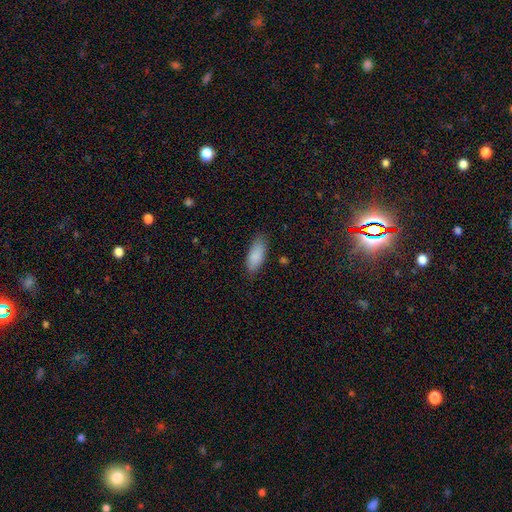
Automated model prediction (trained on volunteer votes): Smooth or featured? Predicted: smooth (p=0.88). How rounded? Predicted: in between (p=0.78). Merging? Predicted: none (p=0.80).